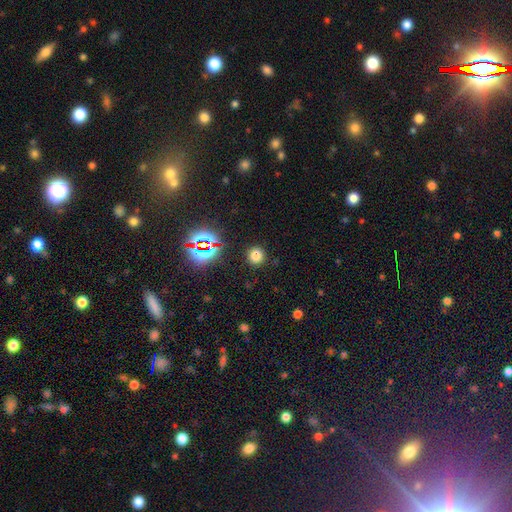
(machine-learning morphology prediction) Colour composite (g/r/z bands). It shows a smooth galaxy with no disk features (73%) that is round (92%). Merging: none (90%).